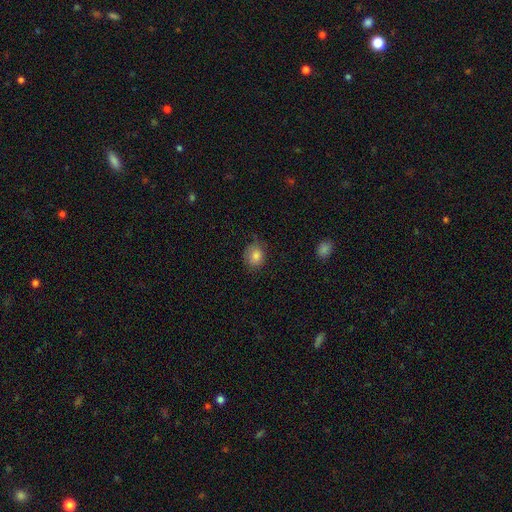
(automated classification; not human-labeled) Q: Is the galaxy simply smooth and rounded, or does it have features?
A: smooth — 81%.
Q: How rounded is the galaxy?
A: round — 74%.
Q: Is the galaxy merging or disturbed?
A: none — 66%.